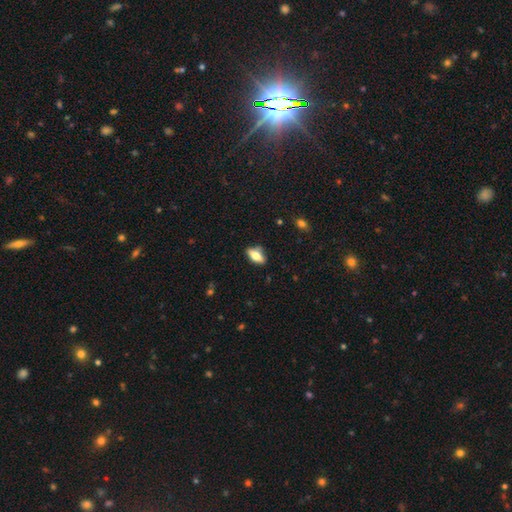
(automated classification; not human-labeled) This is likely a smooth galaxy (65%). How rounded: clearly in between (81%). Merging: likely none (79%).